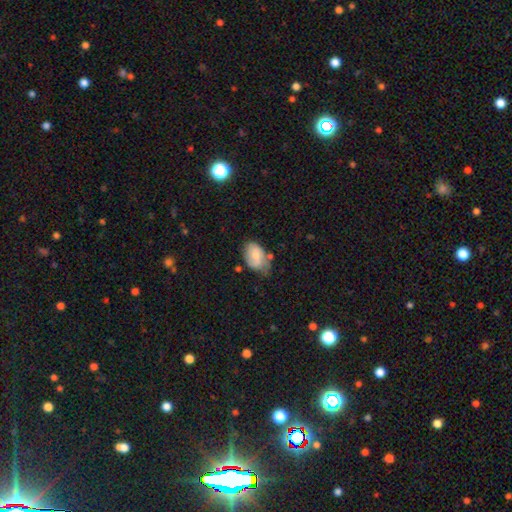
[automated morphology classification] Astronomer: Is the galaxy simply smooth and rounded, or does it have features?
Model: smooth — 67%.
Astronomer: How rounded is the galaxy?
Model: in between — 88%.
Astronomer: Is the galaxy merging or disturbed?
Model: none — 42% (runner-up: minor disturbance, 38%).